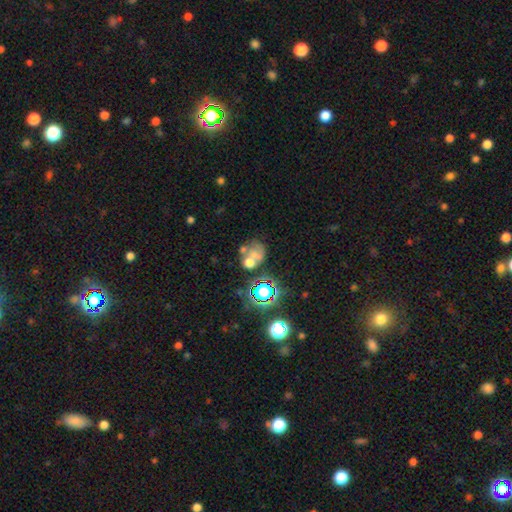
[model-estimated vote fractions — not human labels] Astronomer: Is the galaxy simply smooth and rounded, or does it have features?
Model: smooth — 48% (runner-up: featured or disk, 26%).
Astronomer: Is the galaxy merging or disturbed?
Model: merger — 36% (runner-up: none, 33%).